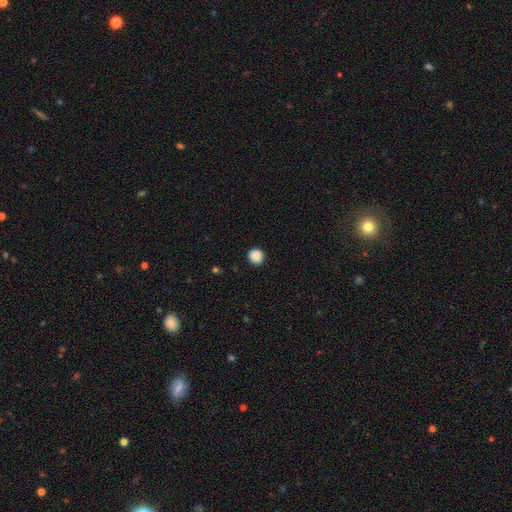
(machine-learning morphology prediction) smooth 88%, star or artifact 9%, featured or disk 3%. Down the decision tree: how rounded — round (89%); merging — none (88%).